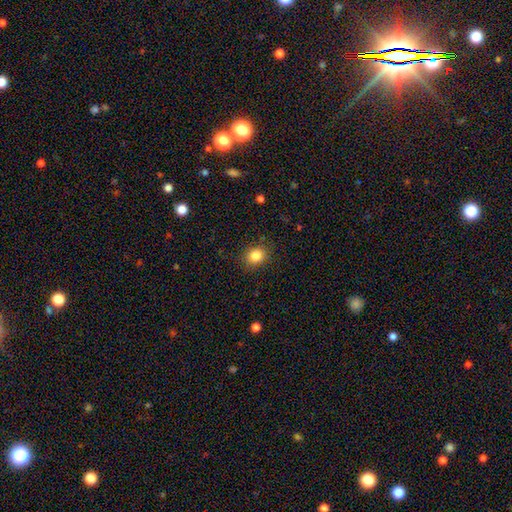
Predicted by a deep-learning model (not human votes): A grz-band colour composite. It shows a smooth galaxy with no disk features (84%) that is round (64%). Merging: none (87%).